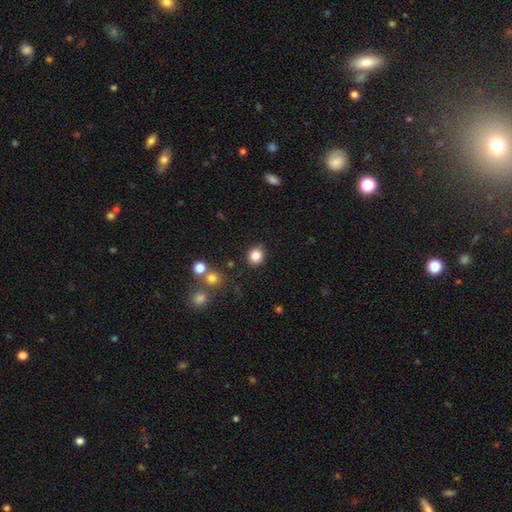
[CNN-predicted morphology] Smooth or featured: smooth — 84% (star or artifact — 11%)
How rounded: round — 76% (in between — 23%)
Merging: none — 86% (minor disturbance — 9%)